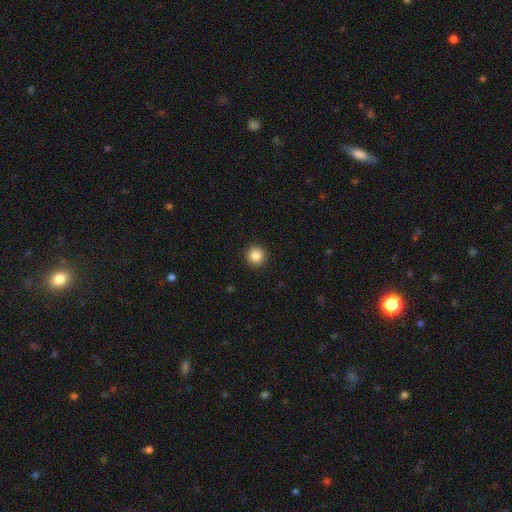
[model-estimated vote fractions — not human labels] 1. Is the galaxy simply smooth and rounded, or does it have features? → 86% smooth, 10% star or artifact, 4% featured or disk.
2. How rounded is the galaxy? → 95% round, 4% in between, 1% cigar-shaped.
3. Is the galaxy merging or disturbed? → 92% none, 5% minor disturbance, 2% major disturbance, 1% merger.